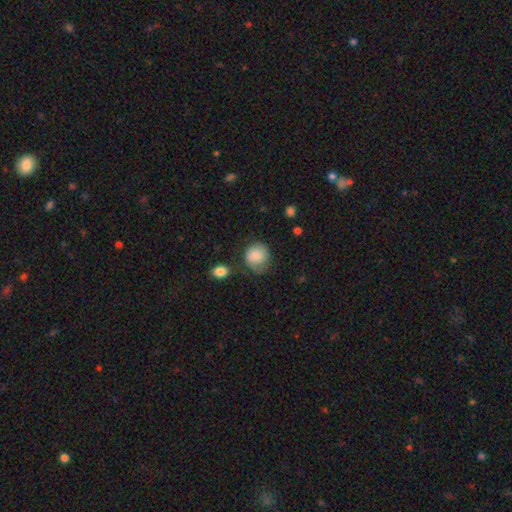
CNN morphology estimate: Smooth or featured? Predicted: smooth (p=0.80). How rounded? Predicted: round (p=0.80). Merging? Predicted: none (p=0.57).